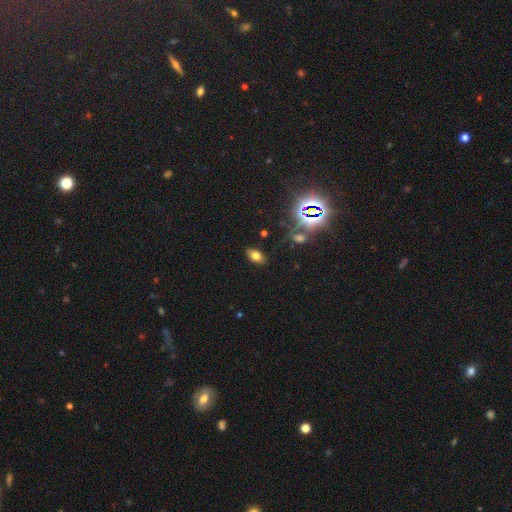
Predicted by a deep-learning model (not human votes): This is likely a smooth galaxy (67%). How rounded: clearly in between (89%). Merging: clearly none (86%).